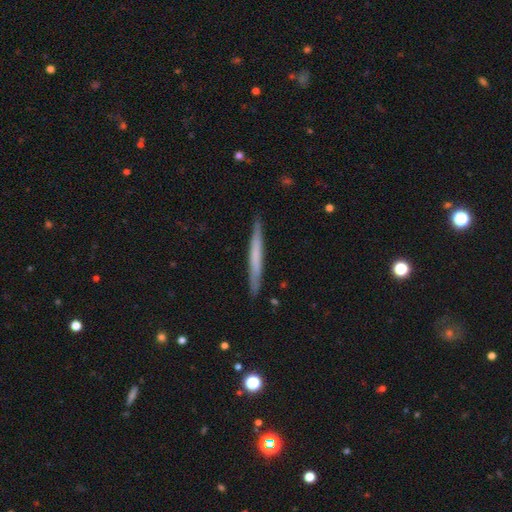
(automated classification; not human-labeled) This is possibly a smooth galaxy (53%). How rounded: clearly cigar-shaped (97%). Merging: clearly none (89%).